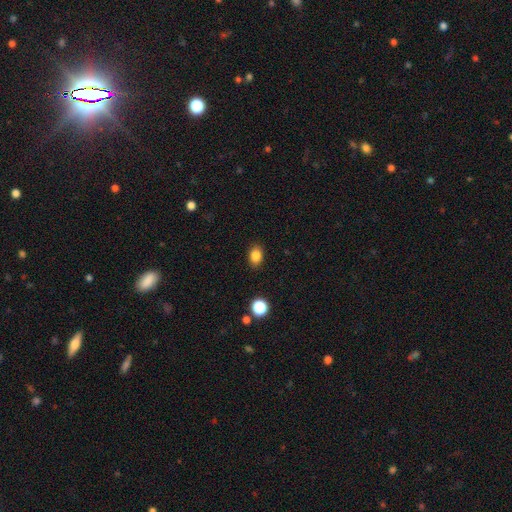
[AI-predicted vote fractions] Smooth or featured: smooth — 84% (star or artifact — 11%)
How rounded: in between — 70% (round — 29%)
Merging: none — 87% (minor disturbance — 9%)